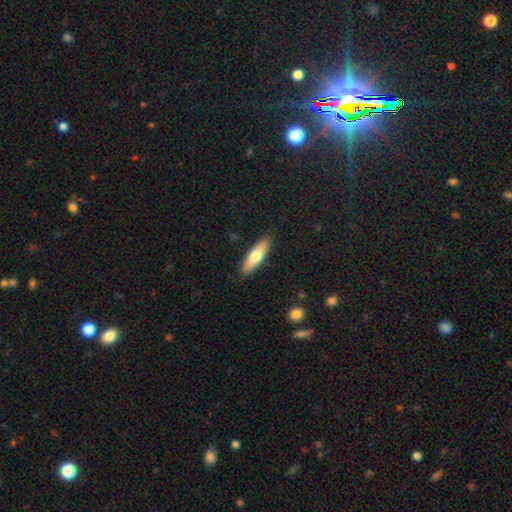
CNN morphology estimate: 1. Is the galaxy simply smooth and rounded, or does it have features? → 67% smooth, 28% featured or disk, 5% star or artifact.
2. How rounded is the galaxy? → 59% cigar-shaped, 39% in between, 2% round.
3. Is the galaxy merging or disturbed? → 89% none, 8% minor disturbance, 2% major disturbance, 1% merger.